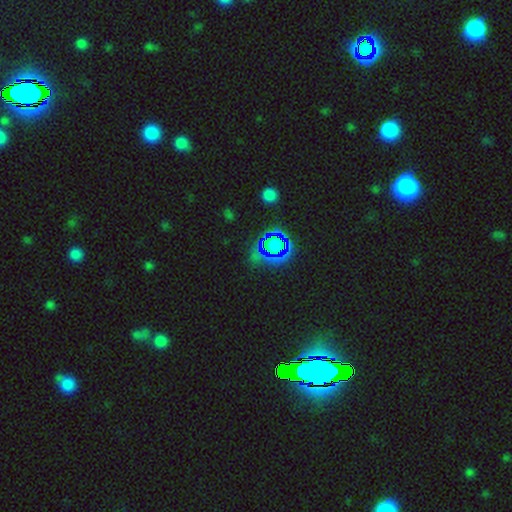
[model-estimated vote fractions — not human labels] This appears to be a star or artifact, not a galaxy (66%).